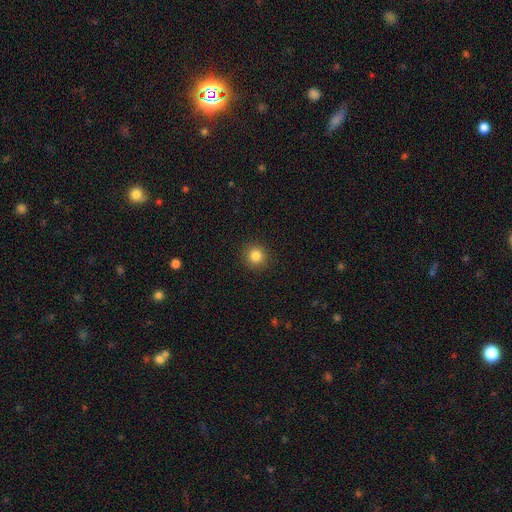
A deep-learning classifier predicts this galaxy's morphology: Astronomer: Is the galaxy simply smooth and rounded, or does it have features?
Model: smooth — 84%.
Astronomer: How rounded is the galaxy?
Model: round — 94%.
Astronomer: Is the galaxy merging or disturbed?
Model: none — 92%.